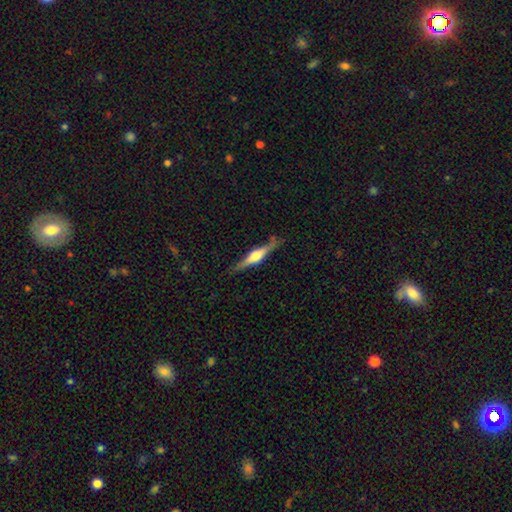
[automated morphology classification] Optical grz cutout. It shows a featured or disk galaxy (73%) viewed edge-on (97%) with a rounded central bulge (86%). Merging: none (83%).